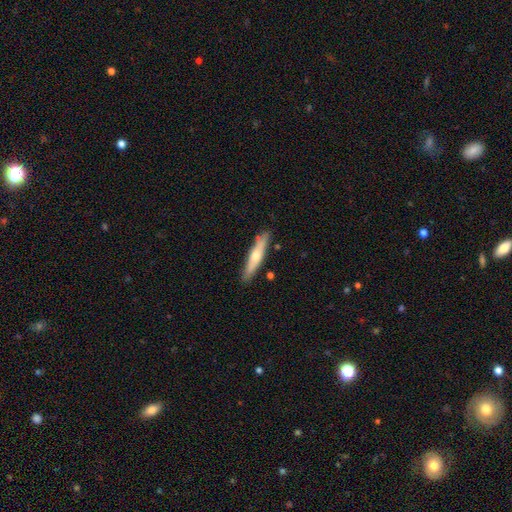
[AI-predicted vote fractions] The model was most divided on "smooth or featured": featured or disk: 49%, smooth: 45%, star or artifact: 6%. More confident: merging — none (88%).